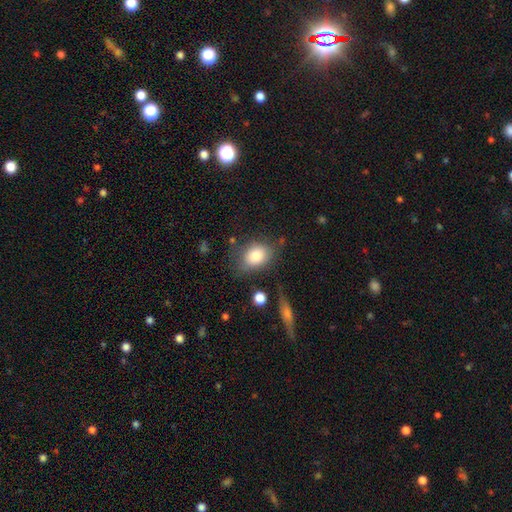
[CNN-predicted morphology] The model was most divided on "how rounded": in between: 70%, round: 29%, cigar-shaped: 1%. More confident: smooth or featured — smooth (81%); merging — none (64%).